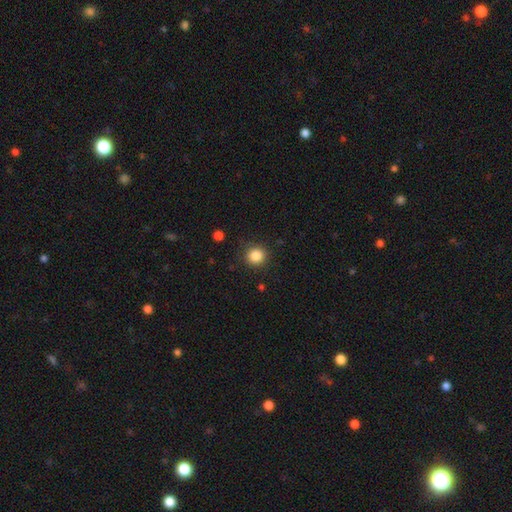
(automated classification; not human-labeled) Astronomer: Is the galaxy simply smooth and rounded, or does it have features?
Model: smooth — 86%.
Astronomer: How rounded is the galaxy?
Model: round — 91%.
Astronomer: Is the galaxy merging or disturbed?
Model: none — 88%.